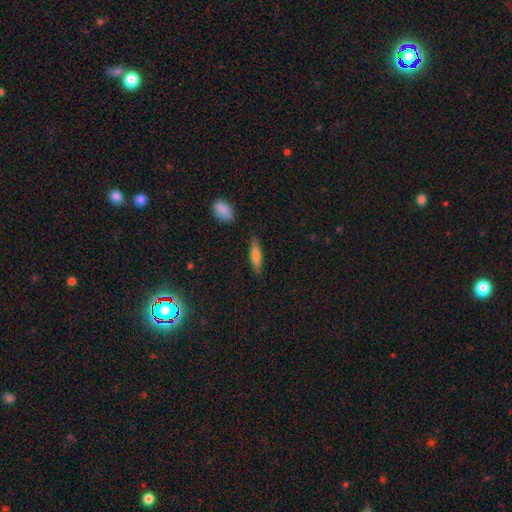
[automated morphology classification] Q: Smooth or featured?
A: smooth (66%); runner-up: featured or disk (27%)
Q: How rounded?
A: cigar-shaped (73%); runner-up: in between (25%)
Q: Merging?
A: none (84%); runner-up: minor disturbance (11%)